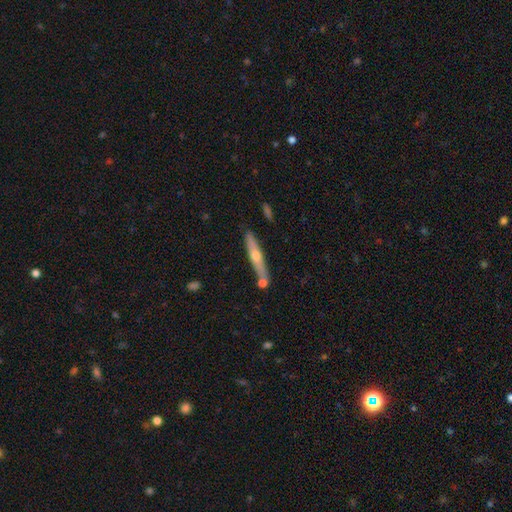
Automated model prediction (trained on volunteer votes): Smooth or featured? Predicted: featured or disk (p=0.54). Edge-on disk? Predicted: yes (p=0.91). Merging? Predicted: none (p=0.78).